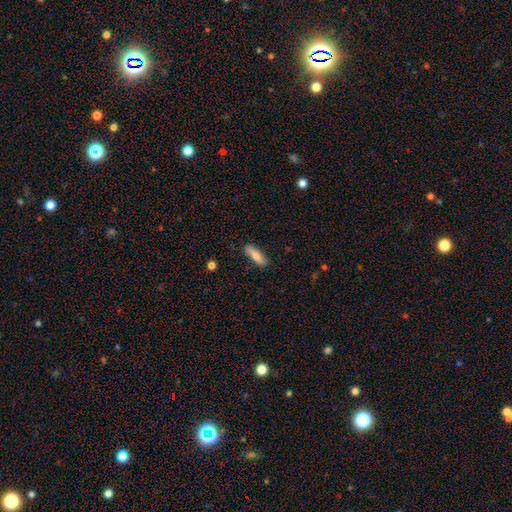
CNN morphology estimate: Smooth or featured?
  - smooth: 82% *
  - featured or disk: 12%
  - star or artifact: 6%
How rounded?
  - cigar-shaped: 50% *
  - in between: 48%
  - round: 2%
Merging?
  - none: 85% *
  - minor disturbance: 11%
  - major disturbance: 2%
  - merger: 1%